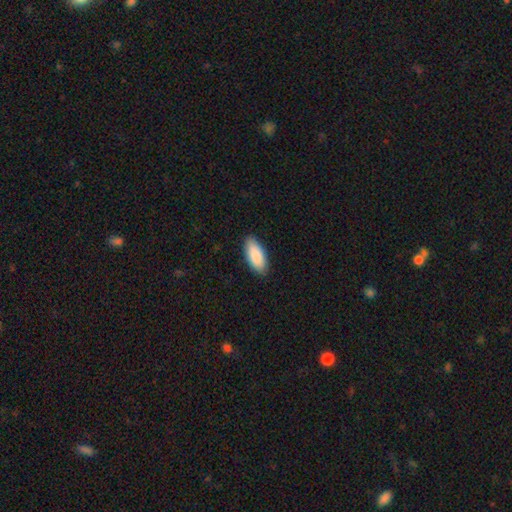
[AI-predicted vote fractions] A smooth galaxy with no disk features (89%) that is in between round and cigar-shaped (86%).

Vote fractions:
- Smooth or featured? smooth: 89% / featured or disk: 6% / star or artifact: 5%
- How rounded? in between: 86% / cigar-shaped: 12% / round: 2%
- Merging? none: 88% / minor disturbance: 10% / major disturbance: 2% / merger: 1%